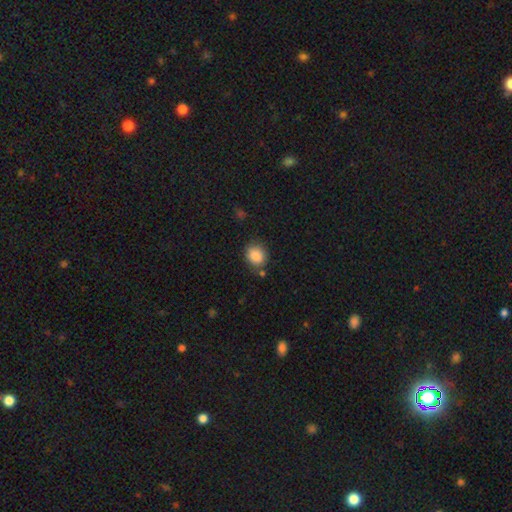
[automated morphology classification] This appears to be a smooth galaxy with no disk features (87%) that is round (68%). Merging: none (77%).